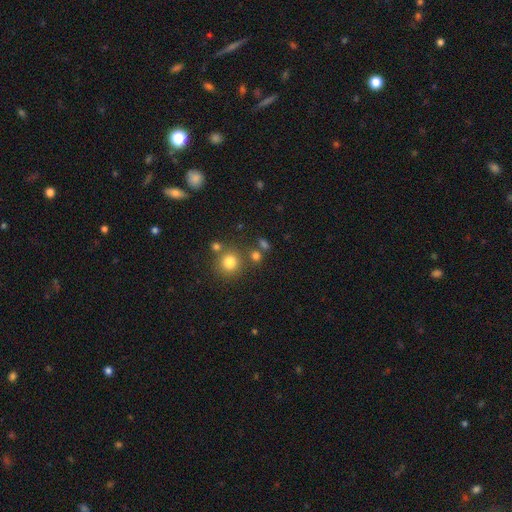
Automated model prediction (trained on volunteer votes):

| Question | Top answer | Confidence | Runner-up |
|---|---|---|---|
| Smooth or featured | smooth | 76% | star or artifact (17%) |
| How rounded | round | 80% | in between (19%) |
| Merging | none | 71% | merger (16%) |